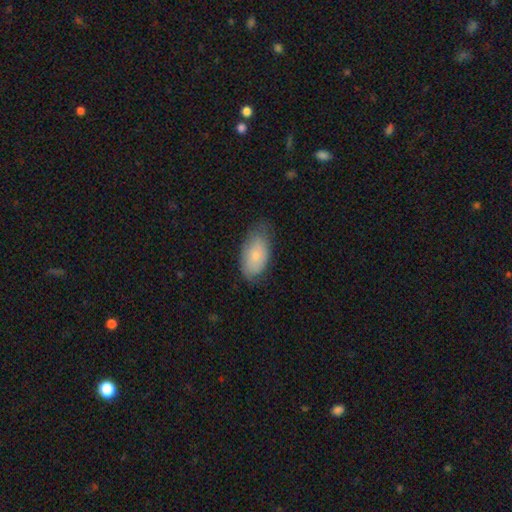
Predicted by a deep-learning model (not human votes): Smooth or featured: smooth — 75% (featured or disk — 18%)
How rounded: in between — 93% (round — 4%)
Merging: none — 63% (minor disturbance — 29%)